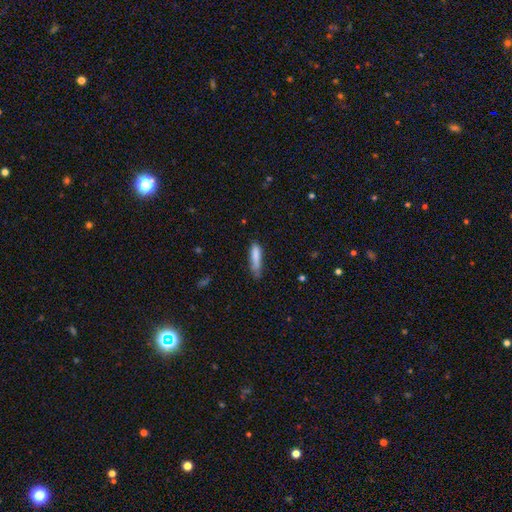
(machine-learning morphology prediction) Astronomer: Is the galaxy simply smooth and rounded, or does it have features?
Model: smooth — 82%.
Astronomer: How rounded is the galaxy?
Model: cigar-shaped — 75%.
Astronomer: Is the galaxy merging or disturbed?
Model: none — 50% (runner-up: minor disturbance, 37%).